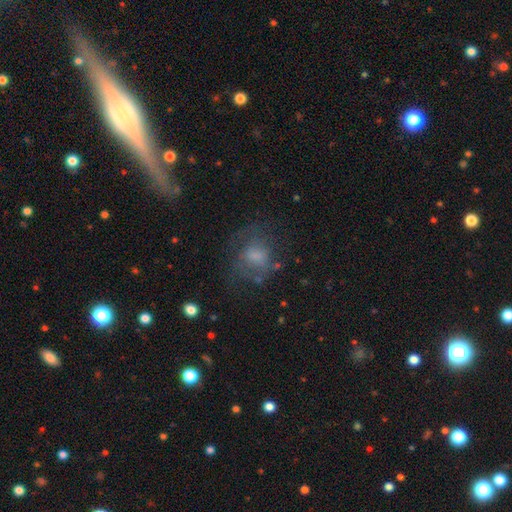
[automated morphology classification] The model was most divided on "smooth or featured": smooth: 51%, featured or disk: 35%, star or artifact: 13%. More confident: how rounded — round (59%); merging — none (50%).